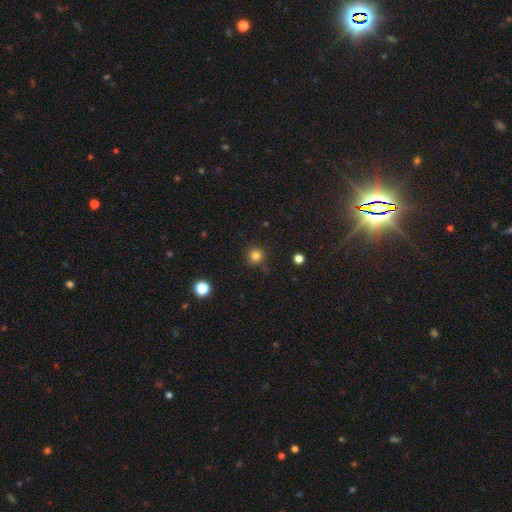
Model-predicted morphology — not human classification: Smooth or featured?
  - smooth: 82% *
  - star or artifact: 14%
  - featured or disk: 5%
How rounded?
  - round: 94% *
  - in between: 5%
  - cigar-shaped: 1%
Merging?
  - none: 85% *
  - minor disturbance: 10%
  - major disturbance: 3%
  - merger: 2%